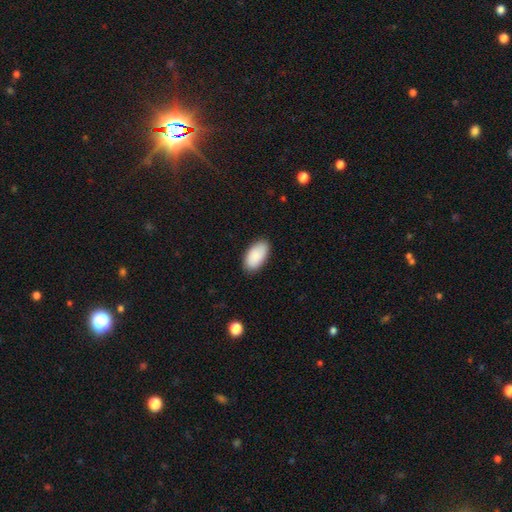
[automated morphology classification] type=smooth (87%); roundness=in between (95%); merging=none (86%).